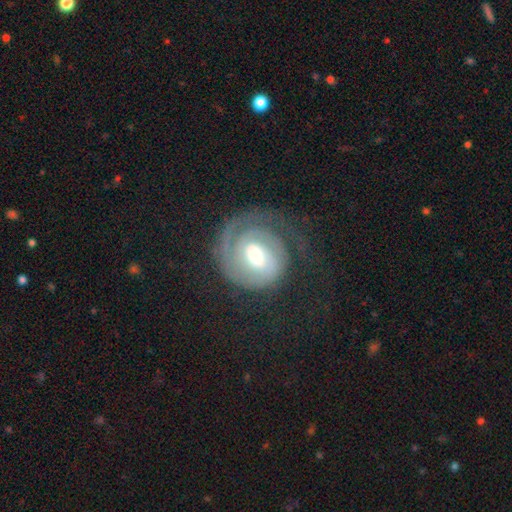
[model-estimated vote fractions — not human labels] smooth_or_featured: featured or disk (p=0.85) [alt: smooth p=0.10]
disk_edge_on: no (p=0.98) [alt: yes p=0.02]
bar: weak (p=0.49) [alt: no p=0.33]
has_spiral_arms: yes (p=0.95) [alt: no p=0.05]
spiral_winding: tight (p=0.72) [alt: medium p=0.21]
spiral_arm_count: 1 (p=0.44) [alt: 2 p=0.34]
bulge_size: moderate (p=0.58) [alt: small p=0.33]
merging: none (p=0.64) [alt: major disturbance p=0.19]